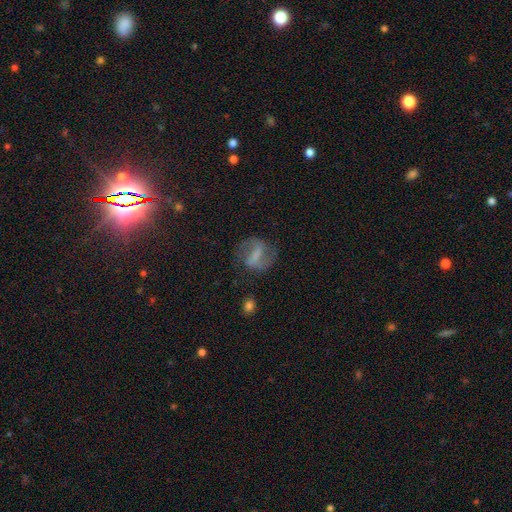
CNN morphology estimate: A featured or disk galaxy (65%) with a strong bar (60%), spiral arms (78%) and no central bulge (51%).

Vote fractions:
- Smooth or featured? featured or disk: 65% / smooth: 25% / star or artifact: 9%
- Edge-on disk? no: 95% / yes: 5%
- Bar? strong: 60% / weak: 29% / no: 11%
- Spiral arms? yes: 78% / no: 22%
- Bulge size? none: 51% / small: 21% / moderate: 19% / large: 7% / dominant: 2%
- Merging? none: 71% / minor disturbance: 16% / major disturbance: 11% / merger: 2%